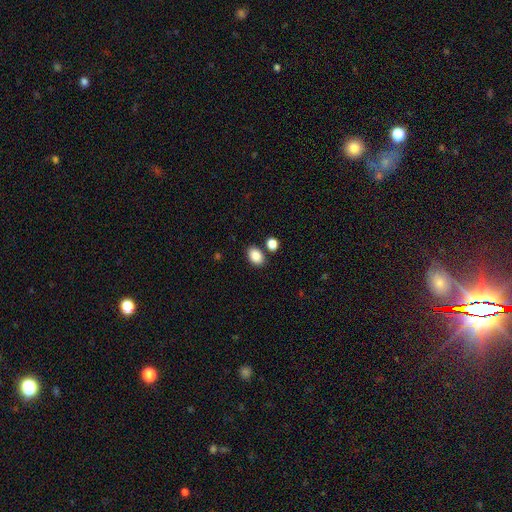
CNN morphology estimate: Q: Smooth or featured?
A: smooth (87%); runner-up: star or artifact (9%)
Q: How rounded?
A: in between (79%); runner-up: round (20%)
Q: Merging?
A: none (79%); runner-up: minor disturbance (10%)